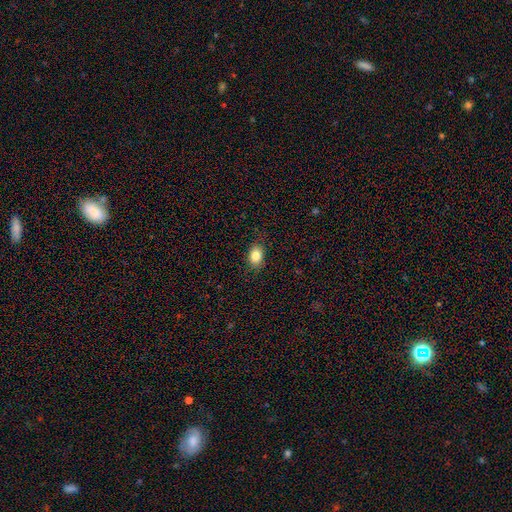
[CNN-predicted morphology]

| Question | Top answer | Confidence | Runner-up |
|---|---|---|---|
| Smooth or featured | smooth | 83% | star or artifact (9%) |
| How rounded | in between | 79% | round (19%) |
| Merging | none | 85% | minor disturbance (11%) |